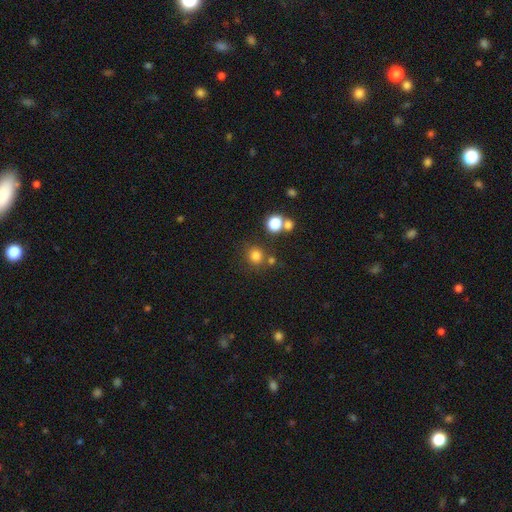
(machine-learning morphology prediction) A smooth galaxy with no disk features (78%) that is round (91%).

Vote fractions:
- Smooth or featured? smooth: 78% / star or artifact: 16% / featured or disk: 6%
- How rounded? round: 91% / in between: 8% / cigar-shaped: 1%
- Merging? none: 76% / merger: 11% / minor disturbance: 9% / major disturbance: 4%